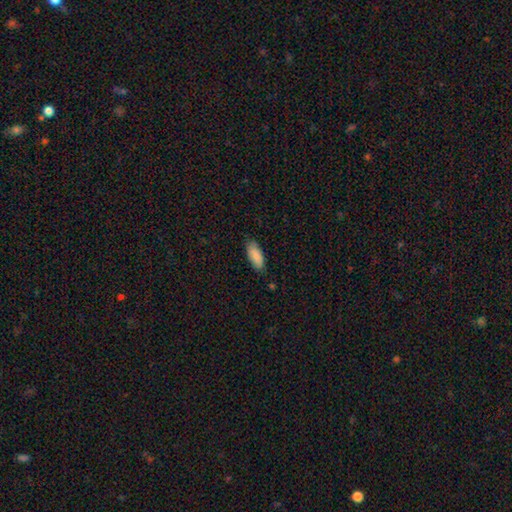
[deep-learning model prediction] Smooth or featured? Predicted: smooth (p=0.88). How rounded? Predicted: in between (p=0.86). Merging? Predicted: none (p=0.80).